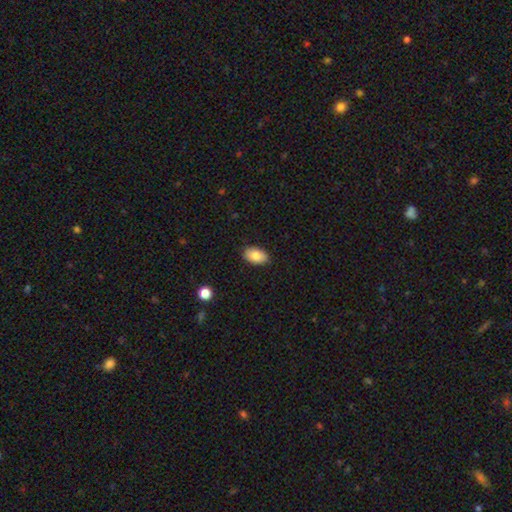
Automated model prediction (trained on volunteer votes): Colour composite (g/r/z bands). It shows a smooth galaxy with no disk features (86%) that is in between round and cigar-shaped (92%). Merging: none (87%).